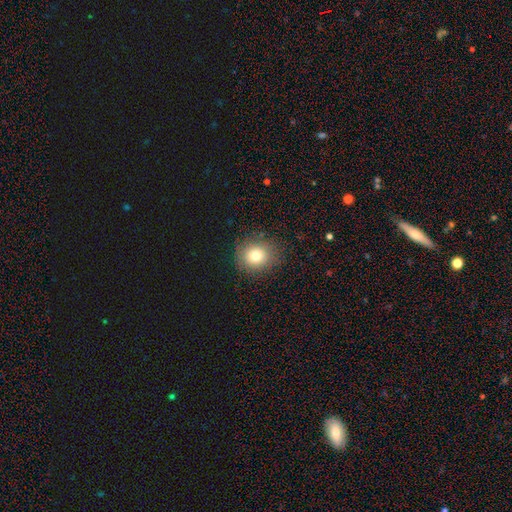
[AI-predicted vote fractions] smooth 78%, star or artifact 13%, featured or disk 10%. Down the decision tree: how rounded — round (80%); merging — none (86%).